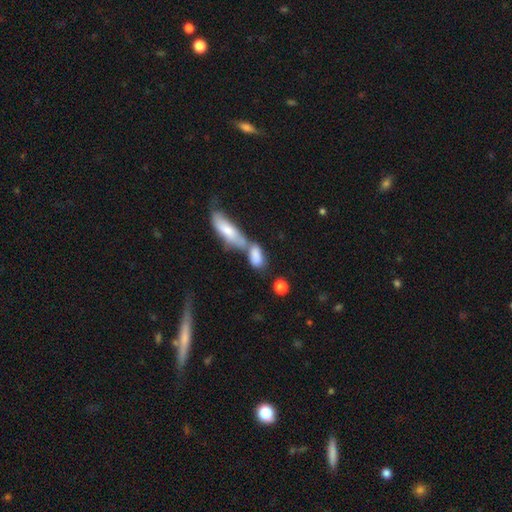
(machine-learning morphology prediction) Smooth or featured? Predicted: smooth (p=0.79). How rounded? Predicted: in between (p=0.76). Merging? Predicted: merger (p=0.55).